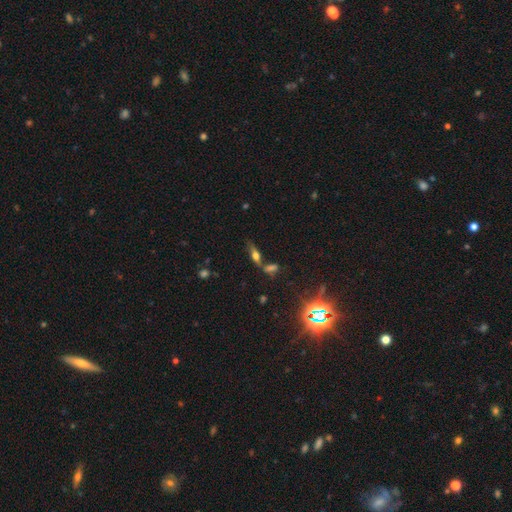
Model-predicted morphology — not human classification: This is marginally a smooth galaxy (42%). Merging: possibly none (49%).